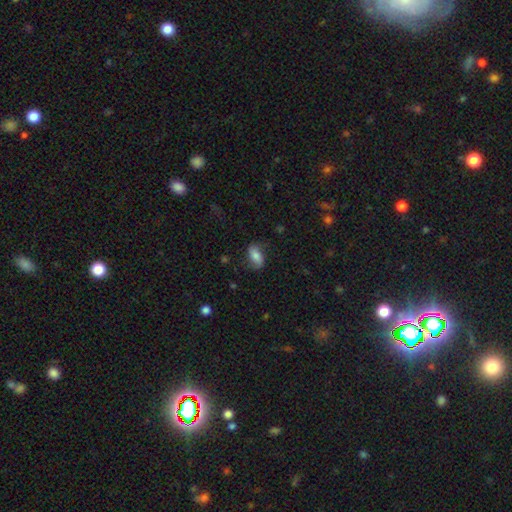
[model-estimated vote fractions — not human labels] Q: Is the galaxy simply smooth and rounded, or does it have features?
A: smooth — 67%.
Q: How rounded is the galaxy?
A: in between — 89%.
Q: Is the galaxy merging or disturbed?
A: none — 70%.